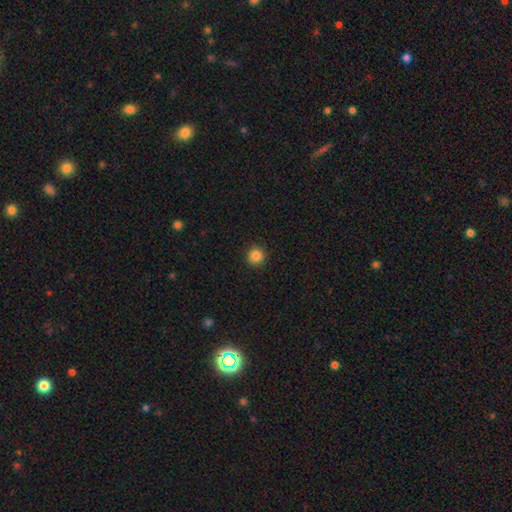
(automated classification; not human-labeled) smooth 85%, star or artifact 11%, featured or disk 4%. Down the decision tree: how rounded — round (94%); merging — none (92%).